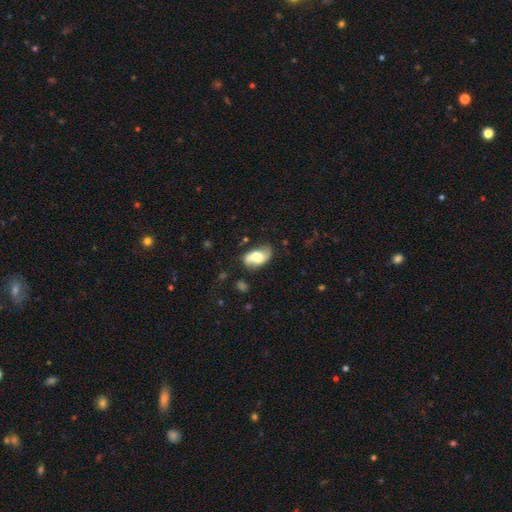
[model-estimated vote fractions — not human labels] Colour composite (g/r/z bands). It shows a smooth galaxy with no disk features (54%) that is in between round and cigar-shaped (90%). Merging: none (54%).